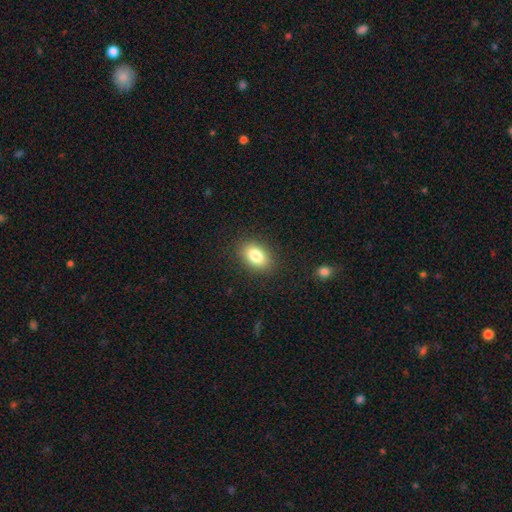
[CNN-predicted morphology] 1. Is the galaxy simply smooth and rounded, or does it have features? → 83% smooth, 9% featured or disk, 8% star or artifact.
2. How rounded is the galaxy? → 87% in between, 11% round, 2% cigar-shaped.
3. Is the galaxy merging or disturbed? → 87% none, 9% minor disturbance, 3% major disturbance, 1% merger.